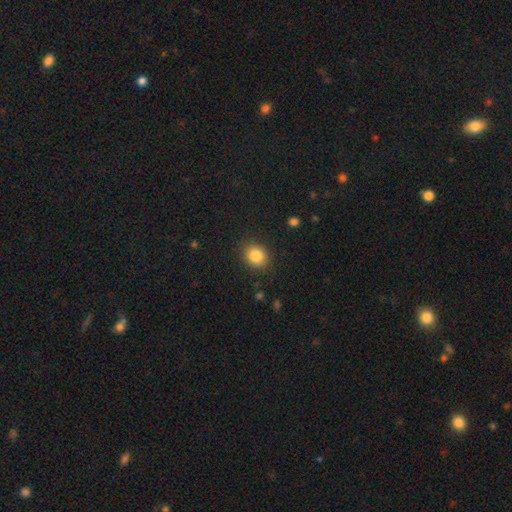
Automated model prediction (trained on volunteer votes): Smooth or featured: smooth — 85% (star or artifact — 10%)
How rounded: round — 60% (in between — 39%)
Merging: none — 87% (minor disturbance — 9%)